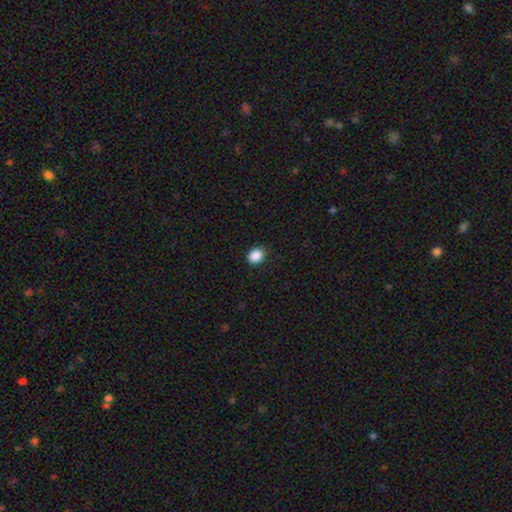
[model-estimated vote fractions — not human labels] Overall: smooth (89%). How rounded: round (55%; in between 44%). Merging: none (88%).